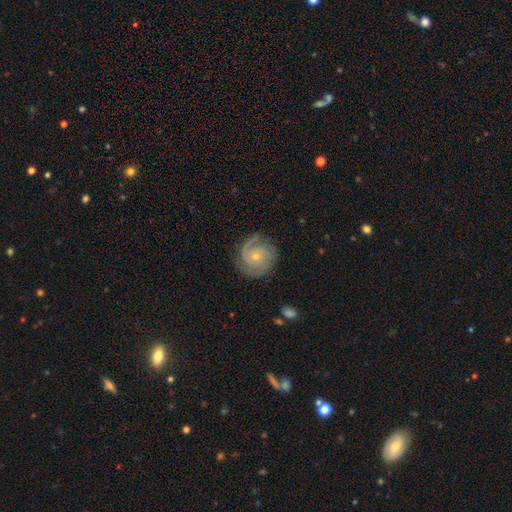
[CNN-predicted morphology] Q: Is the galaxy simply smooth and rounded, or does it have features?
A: featured or disk — 87%.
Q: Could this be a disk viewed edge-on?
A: no — 98%.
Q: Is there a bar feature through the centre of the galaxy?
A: no — 74%.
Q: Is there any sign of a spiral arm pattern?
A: yes — 98%.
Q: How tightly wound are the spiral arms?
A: tight — 74%.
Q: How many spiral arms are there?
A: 2 — 45%.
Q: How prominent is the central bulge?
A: small — 72%.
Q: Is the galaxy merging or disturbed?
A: none — 82%.